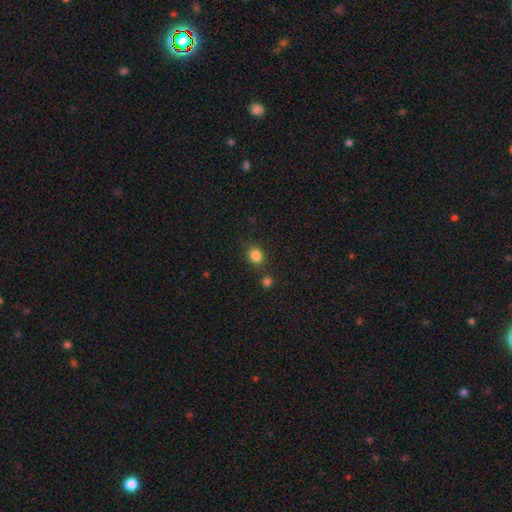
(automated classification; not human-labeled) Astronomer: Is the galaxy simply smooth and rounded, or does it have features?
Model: smooth — 84%.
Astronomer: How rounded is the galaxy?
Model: round — 64%.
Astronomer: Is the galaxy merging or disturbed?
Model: none — 77%.